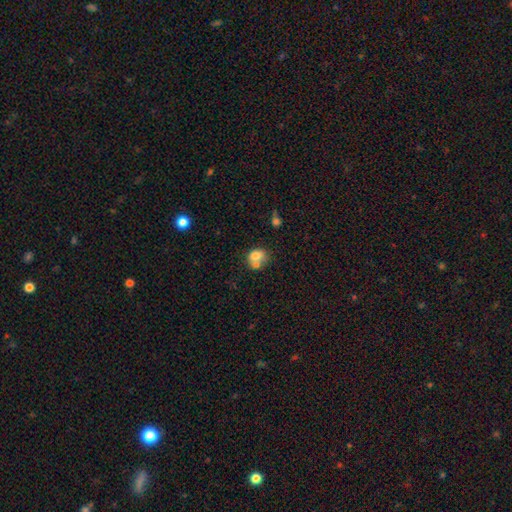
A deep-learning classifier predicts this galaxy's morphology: smooth 74%, featured or disk 16%, star or artifact 10%. Down the decision tree: how rounded — in between (53%); merging — merger (49%).